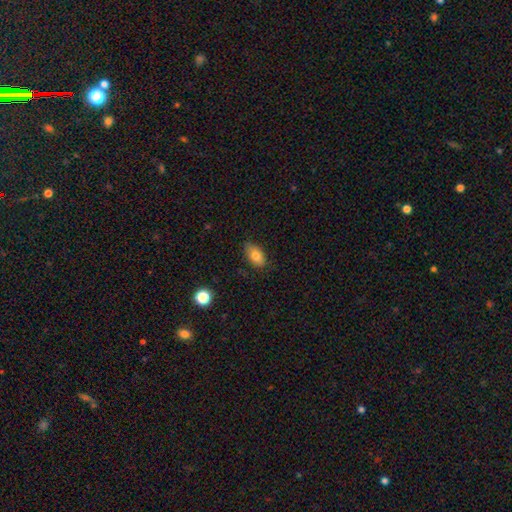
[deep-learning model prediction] A smooth galaxy with no disk features (80%) that is in between round and cigar-shaped (90%). Merging: none (80%).